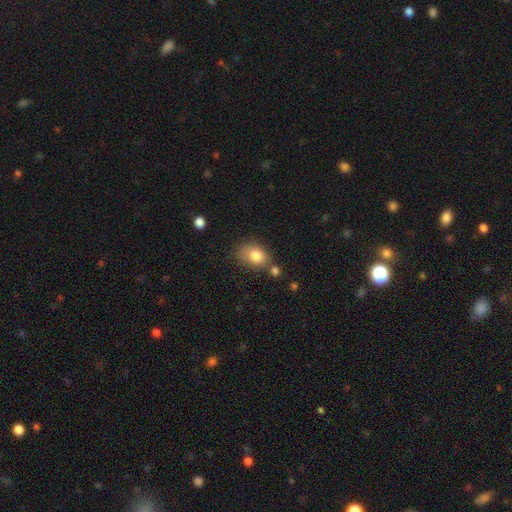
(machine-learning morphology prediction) Smooth or featured? Predicted: smooth (p=0.81). How rounded? Predicted: in between (p=0.73). Merging? Predicted: none (p=0.58).